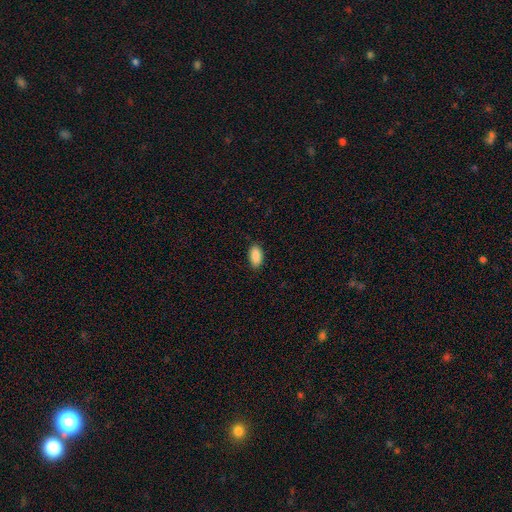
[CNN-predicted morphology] Smooth or featured?
  - smooth: 89% *
  - star or artifact: 7%
  - featured or disk: 4%
How rounded?
  - in between: 91% *
  - cigar-shaped: 6%
  - round: 3%
Merging?
  - none: 85% *
  - minor disturbance: 12%
  - major disturbance: 2%
  - merger: 1%